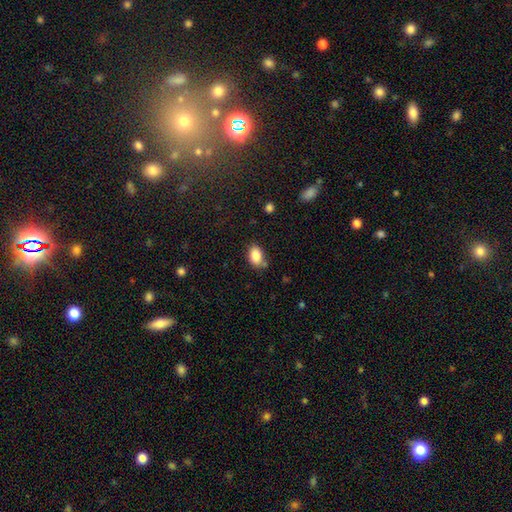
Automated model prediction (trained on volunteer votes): Morphology: type=smooth (86%); roundness=in between (85%); merging=none (71%).